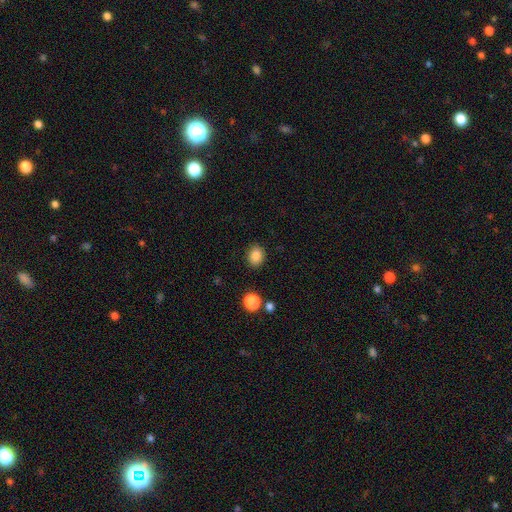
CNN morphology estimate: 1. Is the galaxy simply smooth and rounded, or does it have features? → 86% smooth, 10% star or artifact, 4% featured or disk.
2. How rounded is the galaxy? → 52% round, 47% in between, 1% cigar-shaped.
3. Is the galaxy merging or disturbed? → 88% none, 8% minor disturbance, 3% major disturbance, 2% merger.